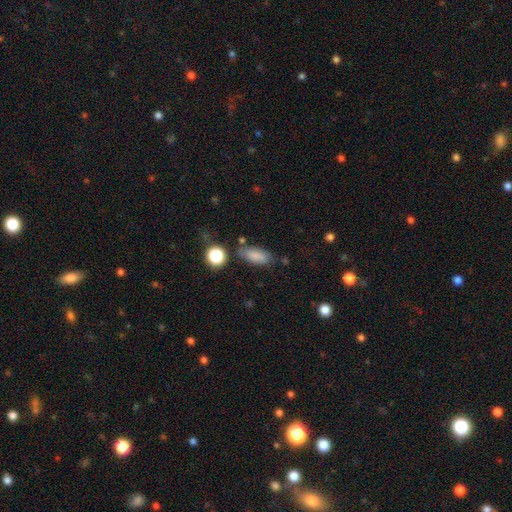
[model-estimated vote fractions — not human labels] Q: Smooth or featured?
A: smooth (83%); runner-up: star or artifact (10%)
Q: How rounded?
A: in between (83%); runner-up: cigar-shaped (13%)
Q: Merging?
A: none (72%); runner-up: minor disturbance (18%)